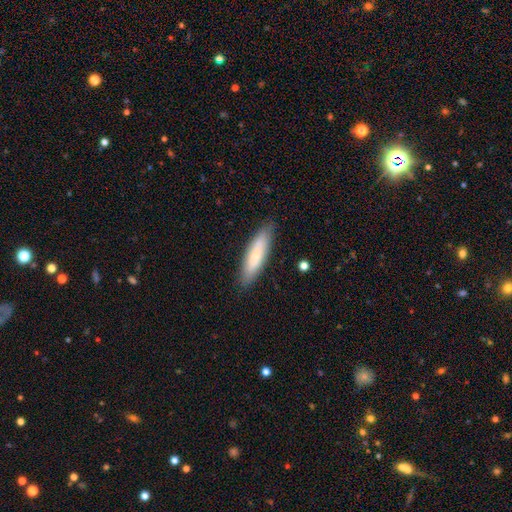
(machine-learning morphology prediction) A smooth galaxy with no disk features (69%) that is cigar-shaped (70%).

Vote fractions:
- Smooth or featured? smooth: 69% / featured or disk: 25% / star or artifact: 6%
- How rounded? cigar-shaped: 70% / in between: 28% / round: 2%
- Merging? none: 86% / minor disturbance: 11% / major disturbance: 2% / merger: 1%